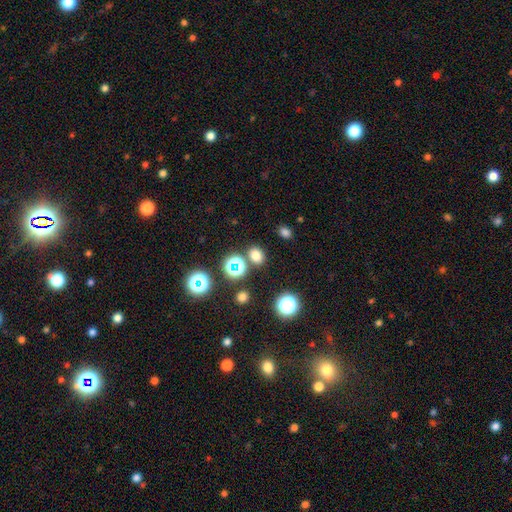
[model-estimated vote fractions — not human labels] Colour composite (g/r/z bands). It shows a smooth galaxy with no disk features (74%) that is round (52%). Merging: none (80%).